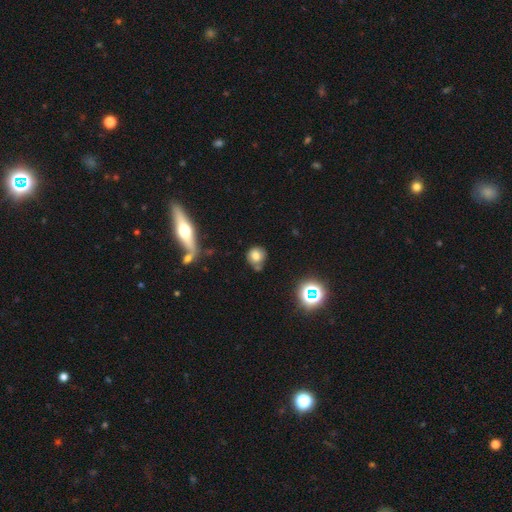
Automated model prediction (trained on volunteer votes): smooth-or-featured: smooth: 74% | star or artifact: 15% | featured or disk: 11%
  how-rounded: round: 83% | in between: 16% | cigar-shaped: 1%
  merging: none: 58% | minor disturbance: 21% | merger: 14% | major disturbance: 7%